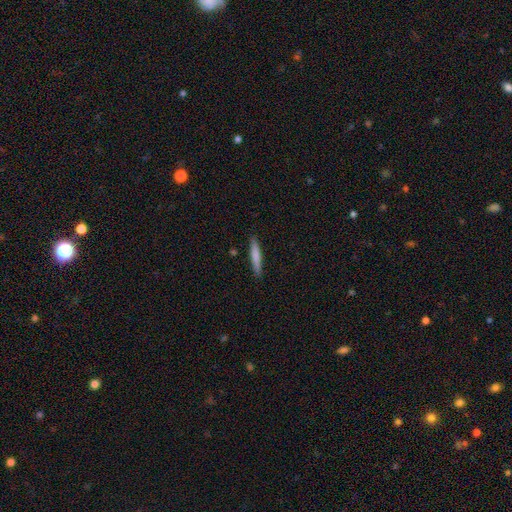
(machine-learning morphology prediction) This appears to be a smooth galaxy with no disk features (76%) that is cigar-shaped (93%). Merging: none (89%).